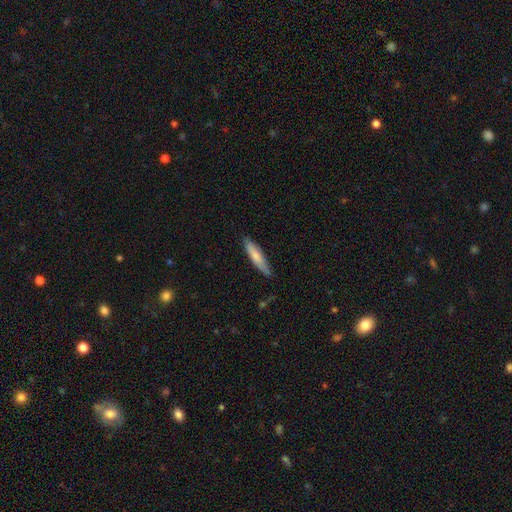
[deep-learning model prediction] A smooth galaxy with no disk features (75%) that is cigar-shaped (81%). Merging: none (80%).